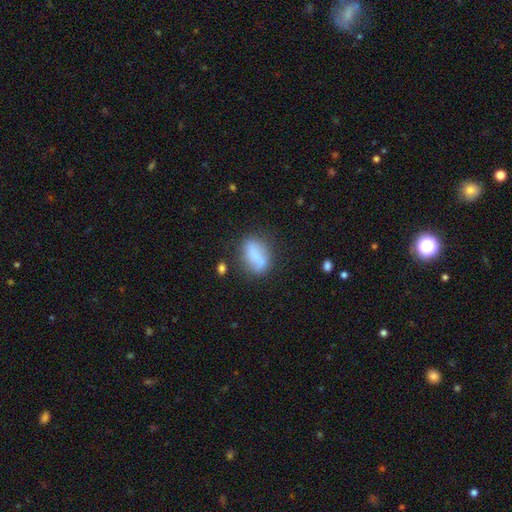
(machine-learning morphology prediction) This appears to be a smooth galaxy with no disk features (72%) that is in between round and cigar-shaped (77%). Merging: none (61%).